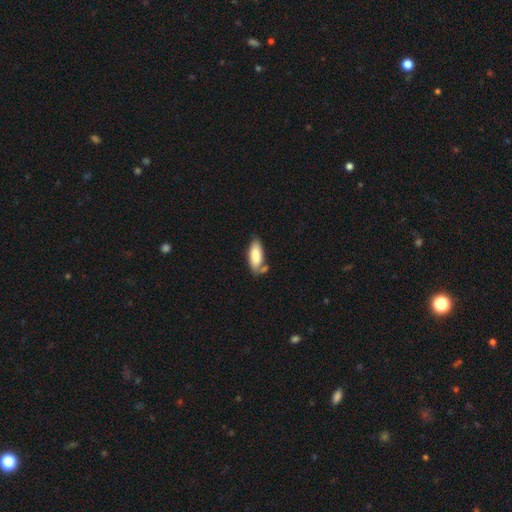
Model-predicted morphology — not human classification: This is clearly a smooth galaxy (80%). How rounded: clearly in between (80%). Merging: possibly none (51%).